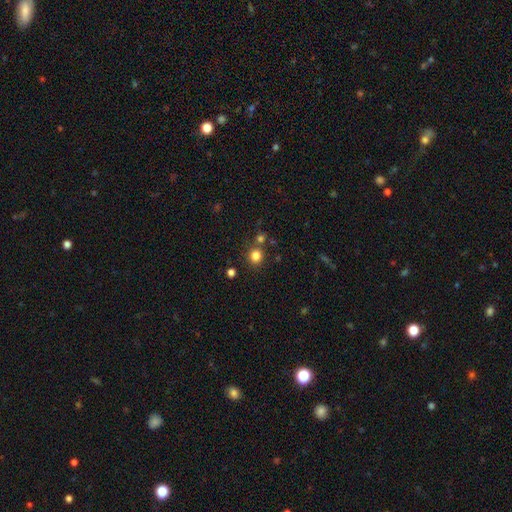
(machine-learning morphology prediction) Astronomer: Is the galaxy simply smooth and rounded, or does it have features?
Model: smooth — 81%.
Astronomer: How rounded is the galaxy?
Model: round — 88%.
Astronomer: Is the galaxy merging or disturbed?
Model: none — 77%.